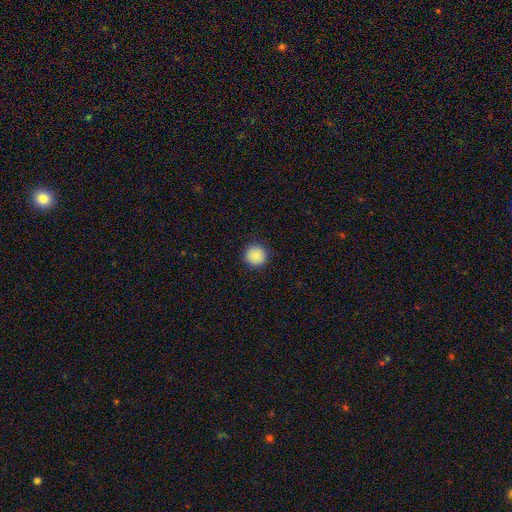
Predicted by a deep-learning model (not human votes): Q: Smooth or featured?
A: smooth (87%); runner-up: star or artifact (9%)
Q: How rounded?
A: round (95%); runner-up: in between (4%)
Q: Merging?
A: none (92%); runner-up: minor disturbance (6%)